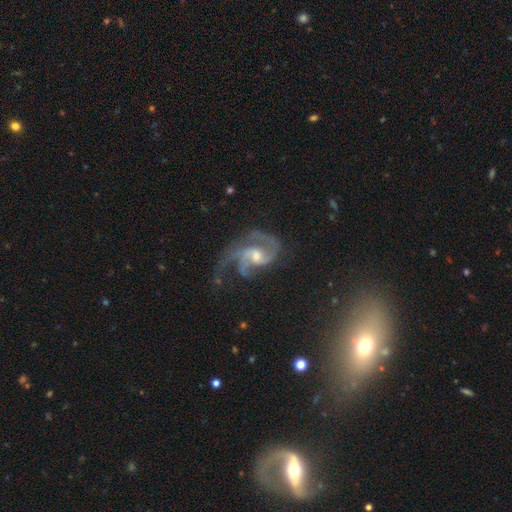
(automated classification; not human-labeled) Smooth or featured? Predicted: featured or disk (p=0.90). Edge-on disk? Predicted: no (p=0.98). Bar? Predicted: no (p=0.48). Spiral arms? Predicted: yes (p=0.98). Spiral winding? Predicted: medium (p=0.54). Spiral arm count? Predicted: 3 (p=0.40). Bulge size? Predicted: moderate (p=0.55). Merging? Predicted: none (p=0.48).